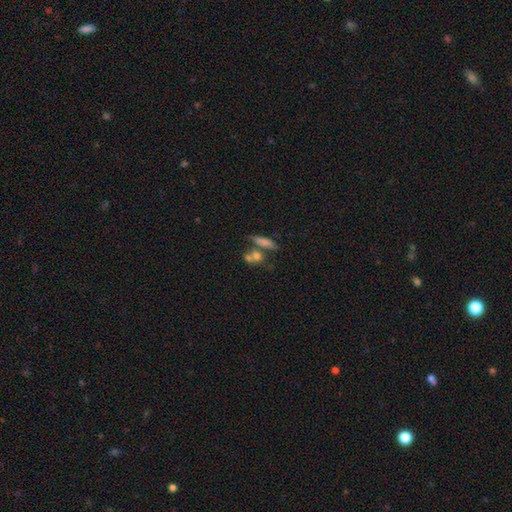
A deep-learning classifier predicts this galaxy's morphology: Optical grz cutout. It shows a smooth galaxy with no disk features (55%) that is in between round and cigar-shaped (42%). Merging: none (48%).